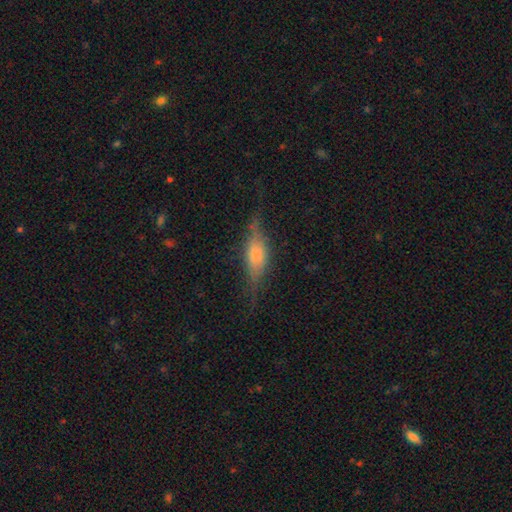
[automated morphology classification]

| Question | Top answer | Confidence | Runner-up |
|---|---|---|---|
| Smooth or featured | smooth | 49% | featured or disk (41%) |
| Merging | none | 59% | minor disturbance (26%) |